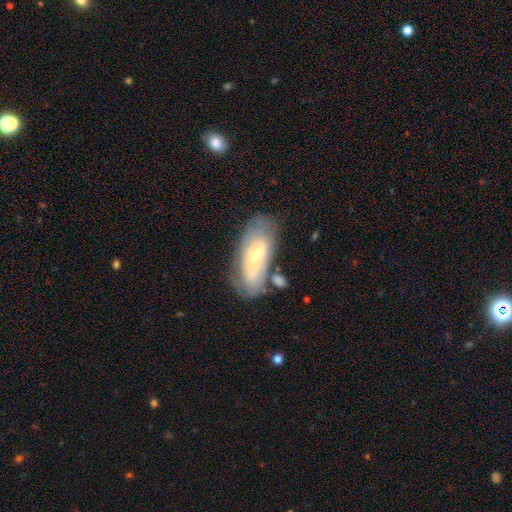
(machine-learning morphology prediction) Overall: featured or disk (48%; smooth 44%). Merging: none (53%; minor disturbance 20%).